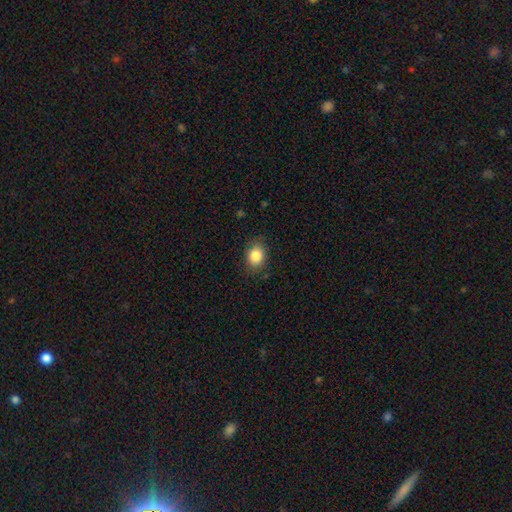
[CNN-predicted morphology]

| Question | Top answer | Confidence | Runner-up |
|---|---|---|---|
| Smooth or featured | smooth | 85% | star or artifact (9%) |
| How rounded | in between | 51% | round (48%) |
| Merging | none | 82% | minor disturbance (14%) |